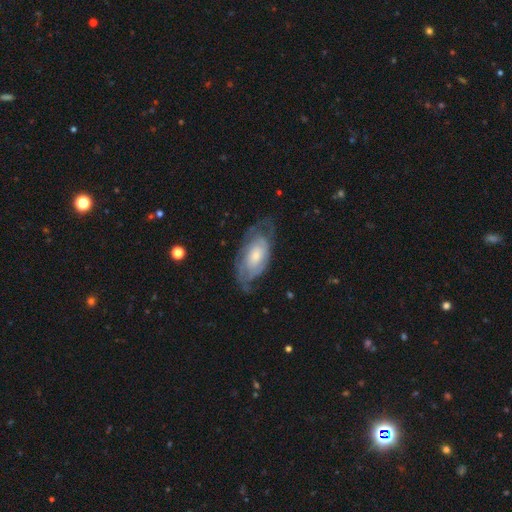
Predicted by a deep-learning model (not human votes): smooth-or-featured: featured or disk: 71% | smooth: 23% | star or artifact: 6%
  disk-edge-on: no: 93% | yes: 7%
    bar: no: 75% | weak: 21% | strong: 4%
    has-spiral-arms: yes: 83% | no: 17%
      spiral-winding: tight: 58% | medium: 31% | loose: 11%
      spiral-arm-count: can't tell: 47% | 2: 33% | 3: 9% | 1: 5% | 4: 4% | more than 4: 3%
    bulge-size: small: 49% | moderate: 39% | large: 8% | none: 4% | dominant: 2%
  merging: none: 59% | minor disturbance: 25% | major disturbance: 15% | merger: 1%